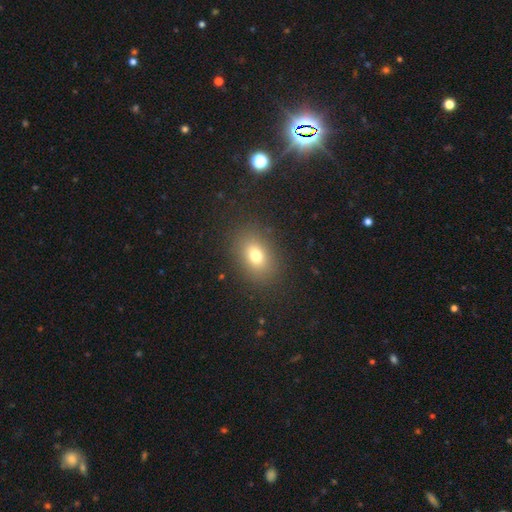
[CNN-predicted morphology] Smooth or featured: smooth — 75% (star or artifact — 13%)
How rounded: in between — 71% (round — 27%)
Merging: none — 85% (minor disturbance — 9%)